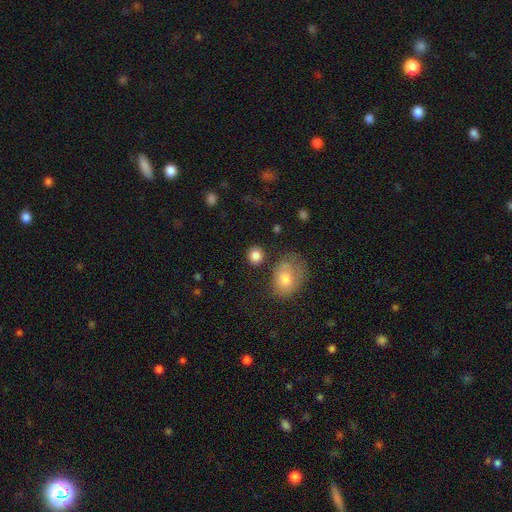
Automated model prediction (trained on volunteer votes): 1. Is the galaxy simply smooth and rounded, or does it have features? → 86% smooth, 9% star or artifact, 5% featured or disk.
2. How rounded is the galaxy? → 83% round, 16% in between, 1% cigar-shaped.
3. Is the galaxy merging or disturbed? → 82% none, 10% minor disturbance, 5% merger, 4% major disturbance.